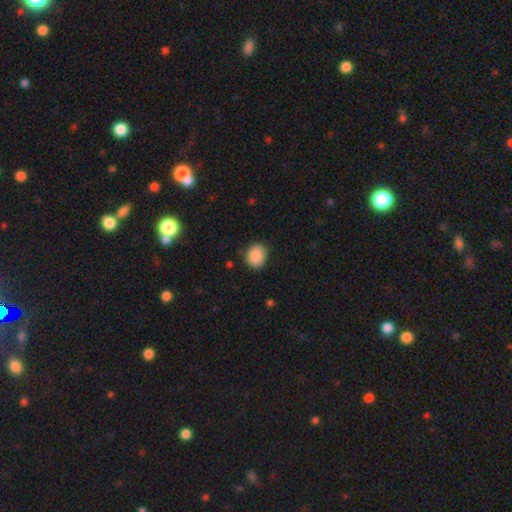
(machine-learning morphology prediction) The model was most divided on "how rounded": round: 59%, in between: 40%, cigar-shaped: 1%. More confident: smooth or featured — smooth (88%); merging — none (79%).